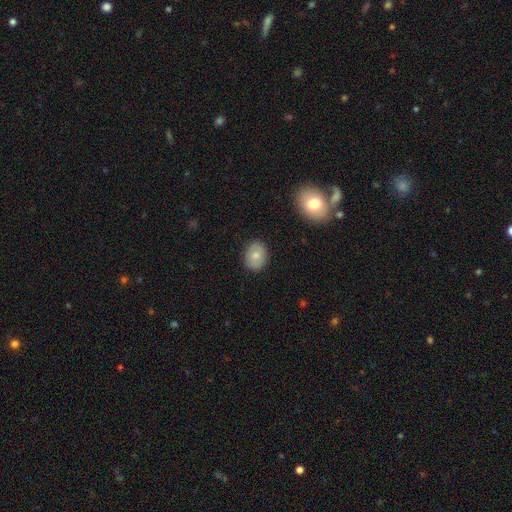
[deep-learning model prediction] Smooth or featured? Predicted: smooth (p=0.71). How rounded? Predicted: in between (p=0.57). Merging? Predicted: none (p=0.87).